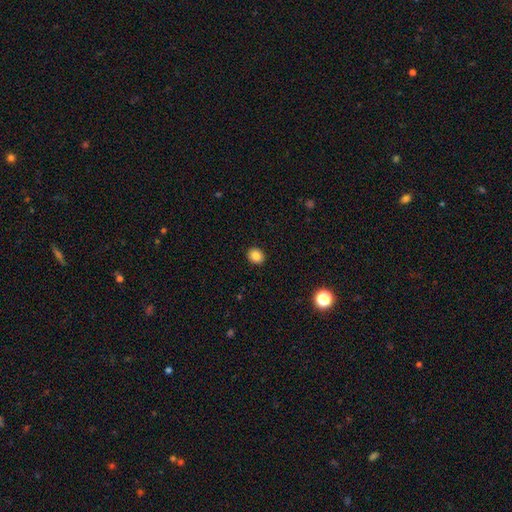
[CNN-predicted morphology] smooth_or_featured: smooth (p=0.86) [alt: star or artifact p=0.10]
how_rounded: round (p=0.67) [alt: in between p=0.32]
merging: none (p=0.92) [alt: minor disturbance p=0.06]